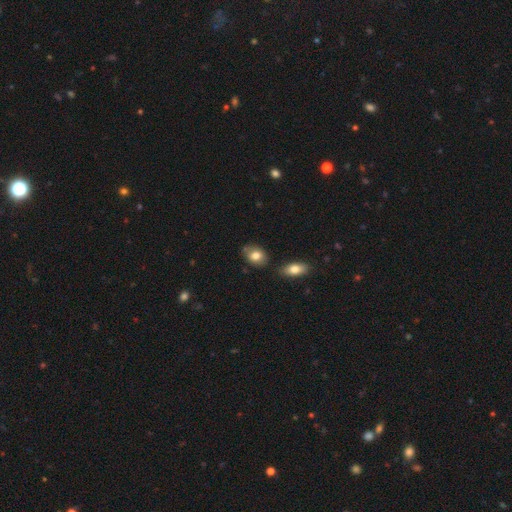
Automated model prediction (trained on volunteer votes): smooth_or_featured: smooth (p=0.78) [alt: featured or disk p=0.15]
how_rounded: in between (p=0.76) [alt: round p=0.23]
merging: none (p=0.71) [alt: minor disturbance p=0.18]